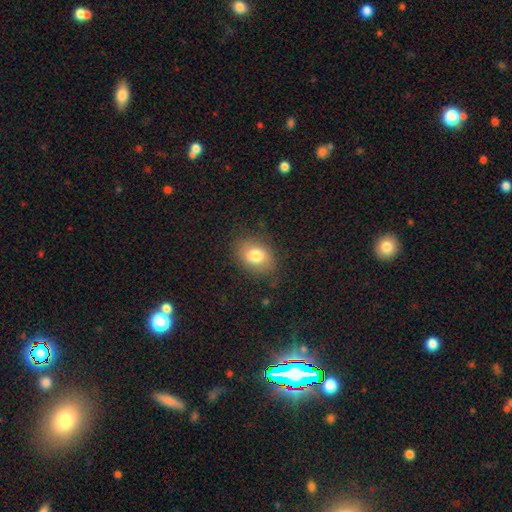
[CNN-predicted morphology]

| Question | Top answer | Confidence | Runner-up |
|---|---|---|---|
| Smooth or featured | smooth | 79% | featured or disk (11%) |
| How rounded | in between | 70% | round (29%) |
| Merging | none | 81% | minor disturbance (14%) |